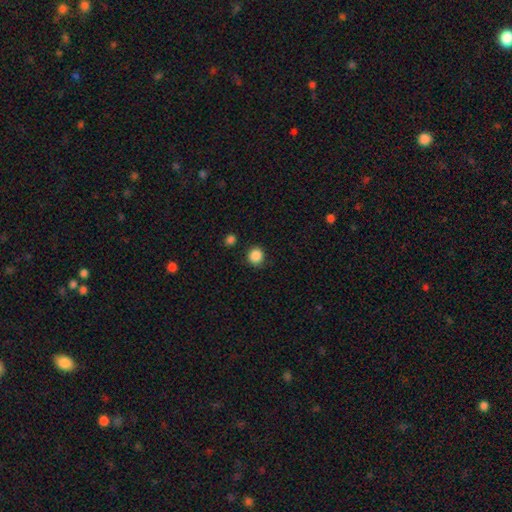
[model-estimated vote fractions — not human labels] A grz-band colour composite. It shows a smooth galaxy with no disk features (87%) that is round (90%). Merging: none (87%).